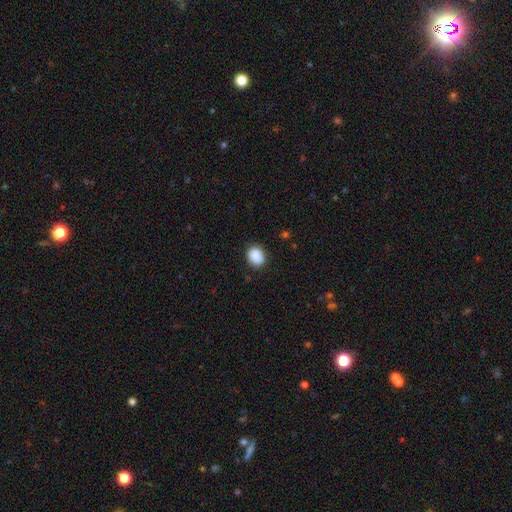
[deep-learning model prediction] smooth-or-featured: smooth: 87% | star or artifact: 8% | featured or disk: 4%
  how-rounded: round: 58% | in between: 41% | cigar-shaped: 1%
  merging: none: 81% | minor disturbance: 14% | major disturbance: 3% | merger: 2%